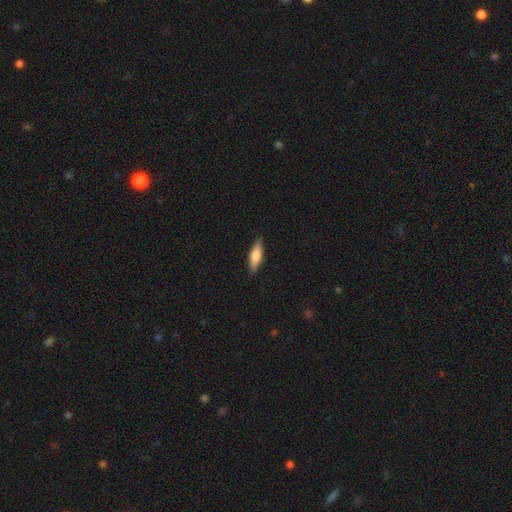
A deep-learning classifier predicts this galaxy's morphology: Smooth or featured?
  - smooth: 69% *
  - featured or disk: 25%
  - star or artifact: 6%
How rounded?
  - cigar-shaped: 57% *
  - in between: 41%
  - round: 2%
Merging?
  - none: 87% *
  - minor disturbance: 10%
  - major disturbance: 2%
  - merger: 1%